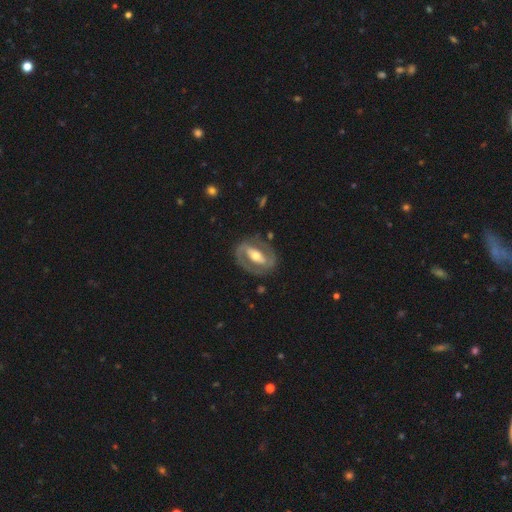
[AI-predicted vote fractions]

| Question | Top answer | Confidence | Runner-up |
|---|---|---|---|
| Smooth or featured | featured or disk | 84% | smooth (12%) |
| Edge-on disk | no | 95% | yes (5%) |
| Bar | strong | 59% | weak (24%) |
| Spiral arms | yes | 82% | no (18%) |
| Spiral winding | medium | 46% | tight (40%) |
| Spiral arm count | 2 | 87% | can't tell (5%) |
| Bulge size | moderate | 67% | small (20%) |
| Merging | none | 81% | minor disturbance (12%) |